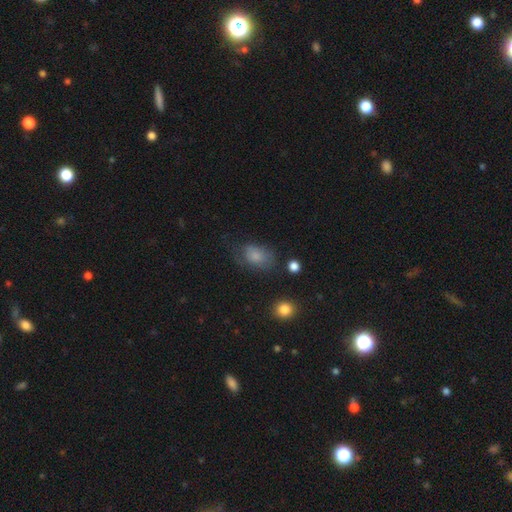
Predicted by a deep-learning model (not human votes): smooth 77%, featured or disk 13%, star or artifact 10%. Down the decision tree: how rounded — in between (81%); merging — none (45%).